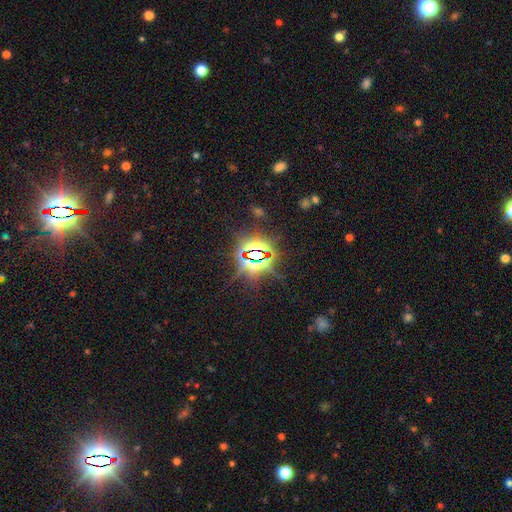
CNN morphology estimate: Overall: star or artifact (84%).